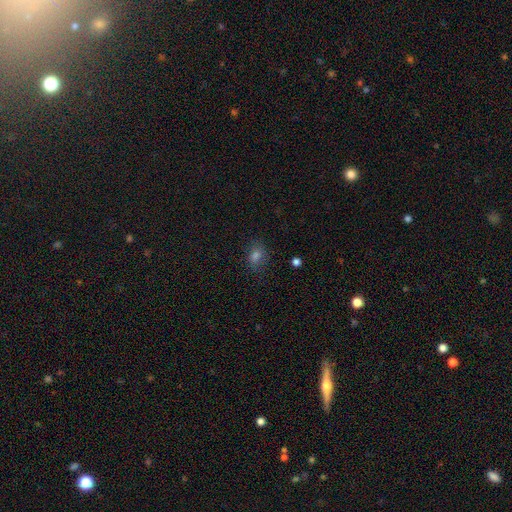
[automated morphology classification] The model was most divided on "how rounded": in between: 60%, round: 38%, cigar-shaped: 2%. More confident: merging — none (79%); smooth or featured — smooth (70%).